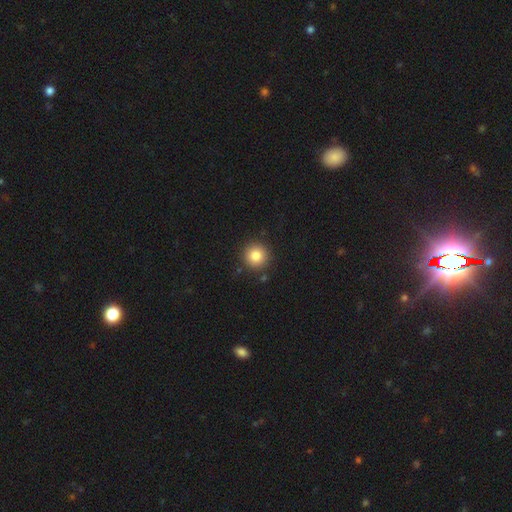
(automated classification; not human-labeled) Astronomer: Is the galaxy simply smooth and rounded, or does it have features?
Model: smooth — 83%.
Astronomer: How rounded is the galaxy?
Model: round — 95%.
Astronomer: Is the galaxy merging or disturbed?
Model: none — 89%.